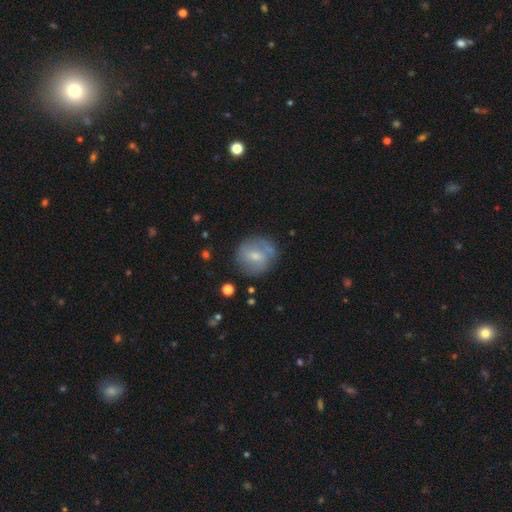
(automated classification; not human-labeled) Smooth or featured? smooth (57%)
How rounded? round (84%)
Merging? none (68%)